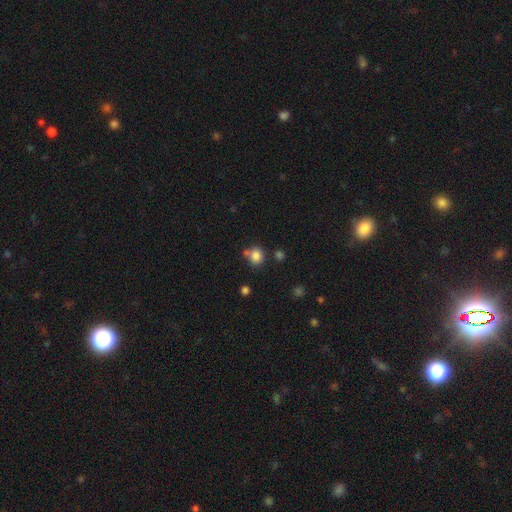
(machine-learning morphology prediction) smooth_or_featured: smooth (p=0.83) [alt: star or artifact p=0.12]
how_rounded: round (p=0.82) [alt: in between p=0.17]
merging: none (p=0.67) [alt: merger p=0.18]